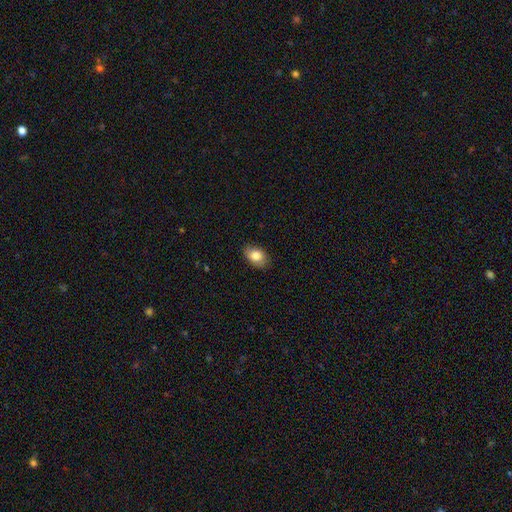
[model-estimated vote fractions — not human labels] Overall: smooth (84%). How rounded: in between (85%). Merging: none (84%).